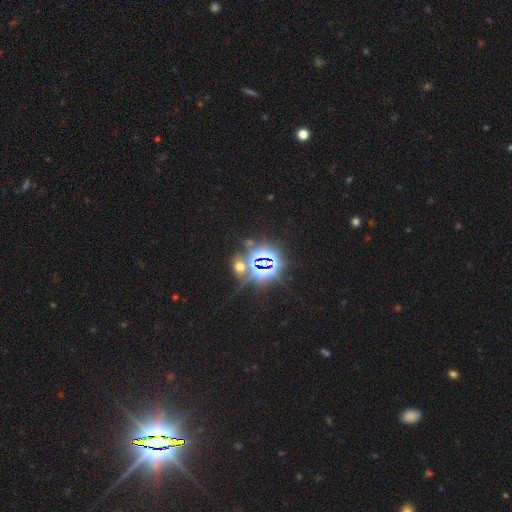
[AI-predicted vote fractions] Overall: star or artifact (83%).